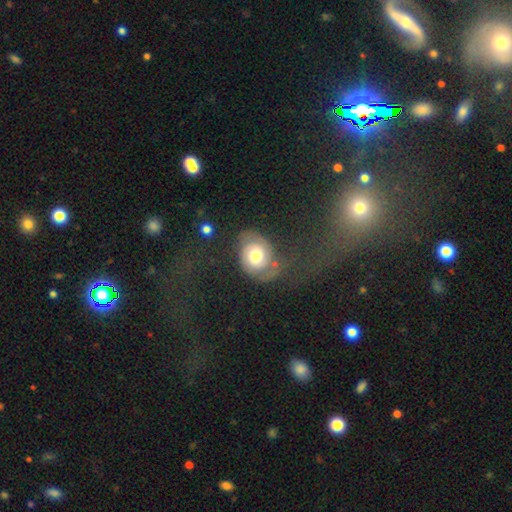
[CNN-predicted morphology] A featured or disk galaxy (55%) with no bar (79%), spiral arms (78%) and a moderate central bulge (64%).

Vote fractions:
- Smooth or featured? featured or disk: 55% / smooth: 36% / star or artifact: 9%
- Edge-on disk? no: 97% / yes: 3%
- Bar? no: 79% / weak: 17% / strong: 4%
- Spiral arms? yes: 78% / no: 22%
- Bulge size? moderate: 64% / large: 25% / small: 7% / dominant: 3% / none: 1%
- Merging? none: 51% / minor disturbance: 23% / major disturbance: 22% / merger: 5%